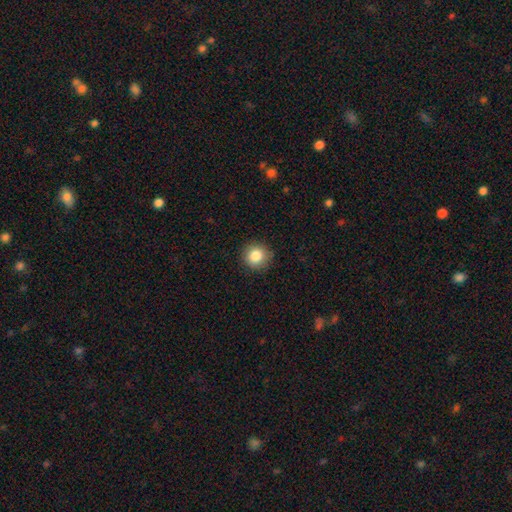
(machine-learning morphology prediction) The model was most divided on "smooth or featured": smooth: 84%, star or artifact: 10%, featured or disk: 6%. More confident: how rounded — round (93%); merging — none (90%).